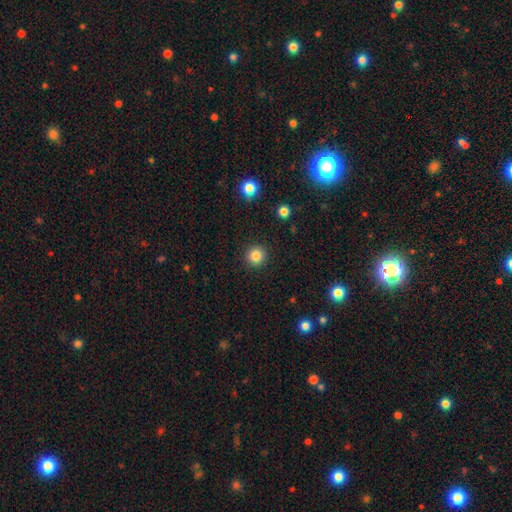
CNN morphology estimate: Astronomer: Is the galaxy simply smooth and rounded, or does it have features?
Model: smooth — 84%.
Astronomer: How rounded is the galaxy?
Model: round — 95%.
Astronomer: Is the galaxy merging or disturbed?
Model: none — 92%.